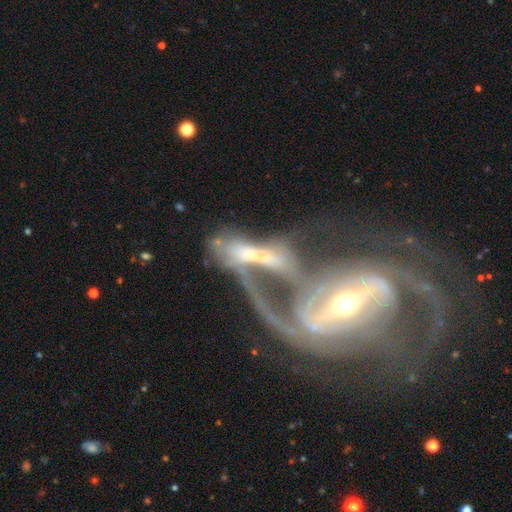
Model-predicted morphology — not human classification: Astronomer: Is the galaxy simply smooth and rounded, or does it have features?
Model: featured or disk — 75%.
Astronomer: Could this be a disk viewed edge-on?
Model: no — 84%.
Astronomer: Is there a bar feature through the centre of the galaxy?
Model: strong — 43% (runner-up: no, 33%).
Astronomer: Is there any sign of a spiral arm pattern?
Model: yes — 65%.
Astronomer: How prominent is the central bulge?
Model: moderate — 55%.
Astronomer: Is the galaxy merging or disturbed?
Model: merger — 67%.